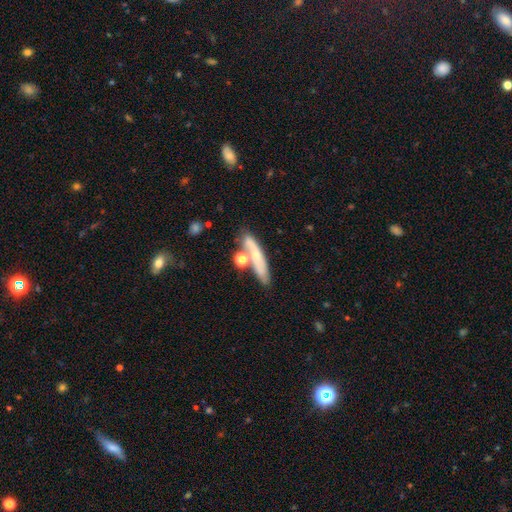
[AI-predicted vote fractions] Smooth or featured: smooth — 54% (featured or disk — 36%)
How rounded: cigar-shaped — 70% (in between — 21%)
Merging: none — 59% (merger — 19%)